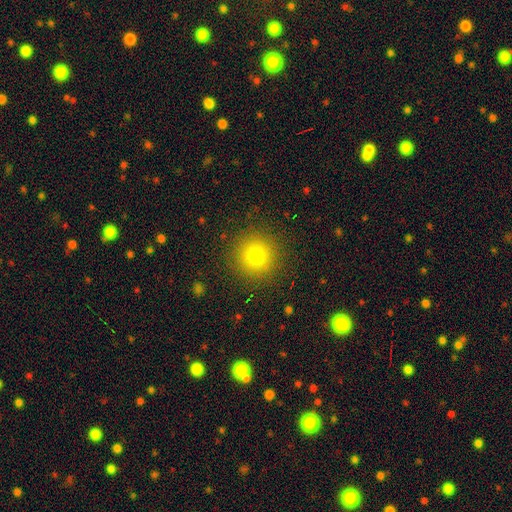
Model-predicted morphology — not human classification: Overall: smooth (77%). How rounded: round (95%). Merging: none (90%).